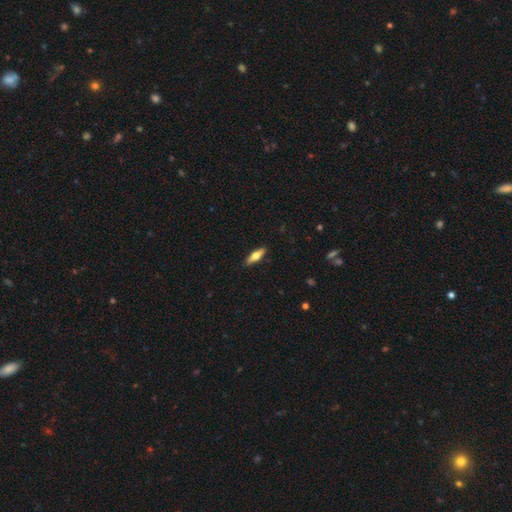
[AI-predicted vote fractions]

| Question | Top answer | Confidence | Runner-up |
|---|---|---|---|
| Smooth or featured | smooth | 54% | featured or disk (40%) |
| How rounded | cigar-shaped | 51% | in between (46%) |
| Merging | none | 89% | minor disturbance (9%) |